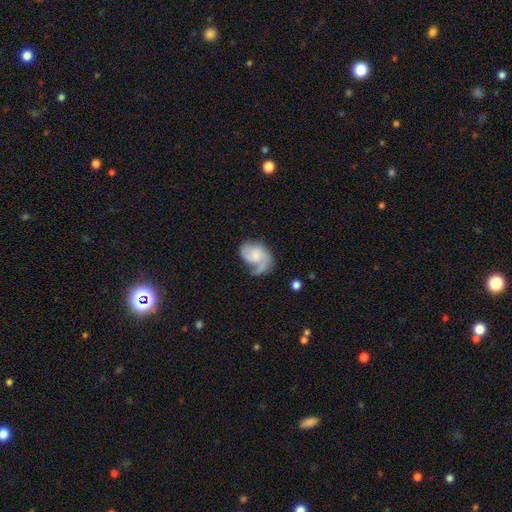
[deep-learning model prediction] Q: Smooth or featured?
A: featured or disk (66%); runner-up: smooth (27%)
Q: Edge-on disk?
A: no (98%); runner-up: yes (2%)
Q: Bar?
A: no (66%); runner-up: weak (29%)
Q: Spiral arms?
A: yes (90%); runner-up: no (10%)
Q: Spiral winding?
A: medium (42%); runner-up: loose (34%)
Q: Spiral arm count?
A: 2 (47%); runner-up: 1 (36%)
Q: Bulge size?
A: none (35%); runner-up: small (30%)
Q: Merging?
A: none (39%); runner-up: major disturbance (29%)